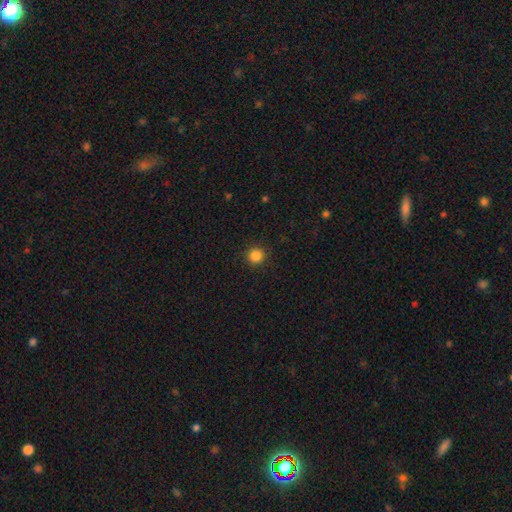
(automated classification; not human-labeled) Morphology: type=smooth (85%); roundness=round (94%); merging=none (91%).